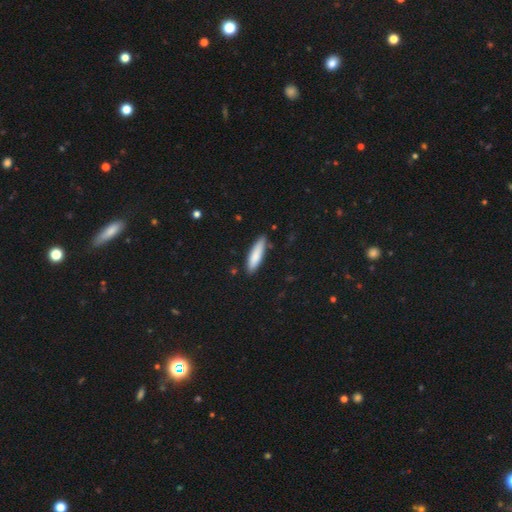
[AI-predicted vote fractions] The model was most divided on "how rounded": cigar-shaped: 67%, in between: 31%, round: 1%. More confident: smooth or featured — smooth (83%); merging — none (83%).